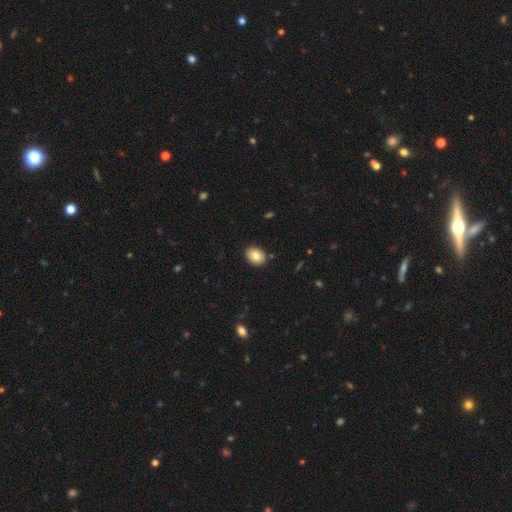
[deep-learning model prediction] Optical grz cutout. It shows a smooth galaxy with no disk features (82%) that is in between round and cigar-shaped (60%). Merging: none (88%).